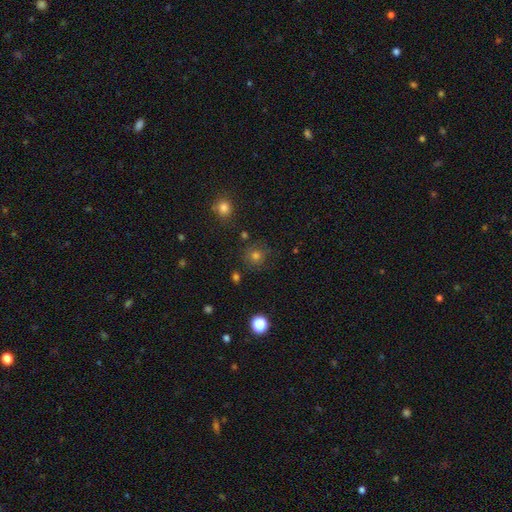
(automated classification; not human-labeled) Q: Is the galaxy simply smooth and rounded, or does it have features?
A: smooth — 71%.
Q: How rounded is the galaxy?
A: round — 92%.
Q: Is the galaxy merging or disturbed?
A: none — 83%.